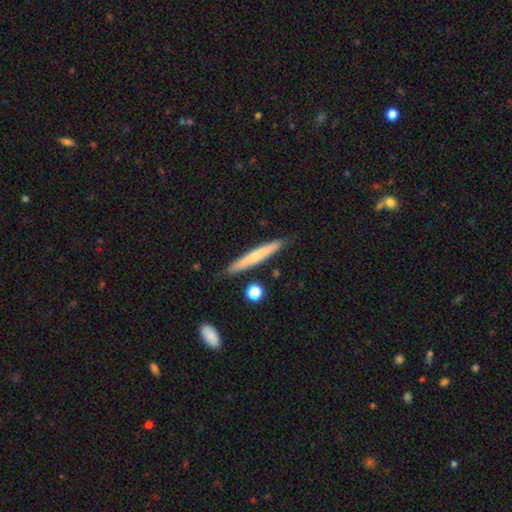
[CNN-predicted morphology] A smooth galaxy with no disk features (57%) that is cigar-shaped (96%). Merging: none (86%).